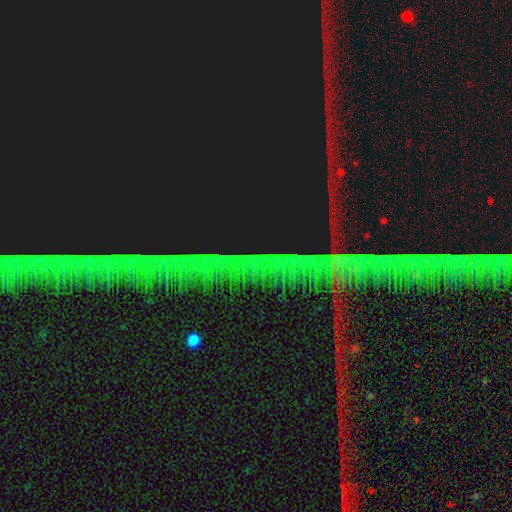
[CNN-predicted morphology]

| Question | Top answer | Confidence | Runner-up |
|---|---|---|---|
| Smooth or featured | star or artifact | 85% | featured or disk (8%) |